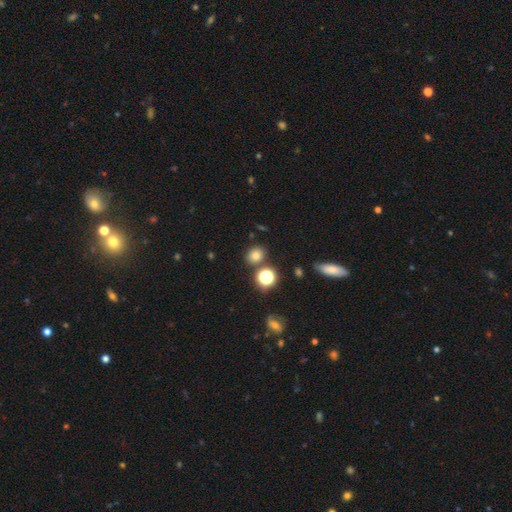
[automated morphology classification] Smooth or featured: smooth — 74% (star or artifact — 19%)
How rounded: round — 66% (in between — 33%)
Merging: none — 79% (minor disturbance — 10%)